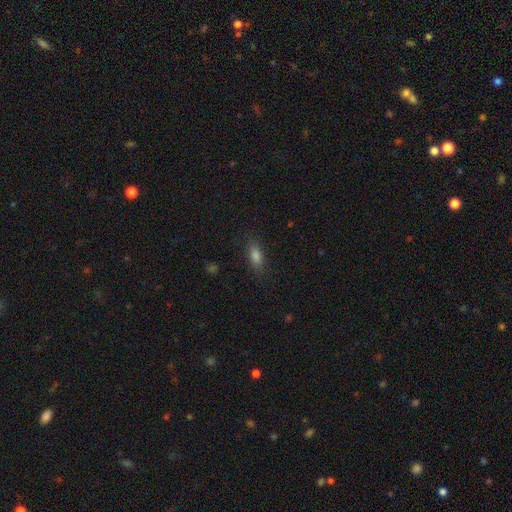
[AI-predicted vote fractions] This appears to be a smooth galaxy with no disk features (78%) that is in between round and cigar-shaped (76%). Merging: none (83%).